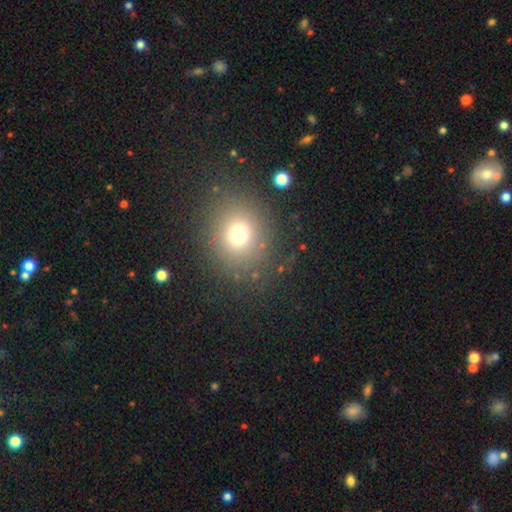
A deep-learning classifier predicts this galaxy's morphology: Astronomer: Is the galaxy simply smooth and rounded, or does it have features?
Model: smooth — 68%.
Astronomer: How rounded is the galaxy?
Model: round — 73%.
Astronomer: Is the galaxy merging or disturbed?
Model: none — 85%.